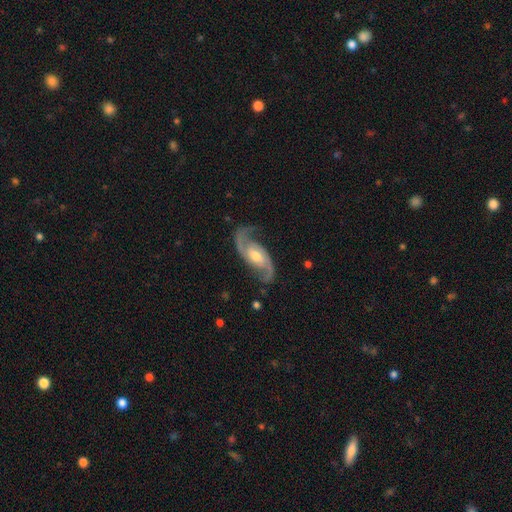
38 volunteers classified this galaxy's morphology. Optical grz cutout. It shows a featured or disk galaxy (95%) with no bar (61%), 2 (100%) medium (58%) spiral arms (100%) and a moderate central bulge (72%). Merging: none (89%).